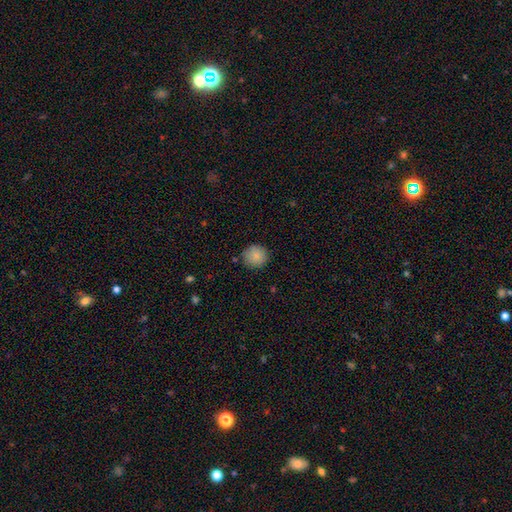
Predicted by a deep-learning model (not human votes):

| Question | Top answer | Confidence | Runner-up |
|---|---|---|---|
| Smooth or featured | smooth | 87% | star or artifact (9%) |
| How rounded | round | 92% | in between (7%) |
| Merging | none | 87% | minor disturbance (10%) |